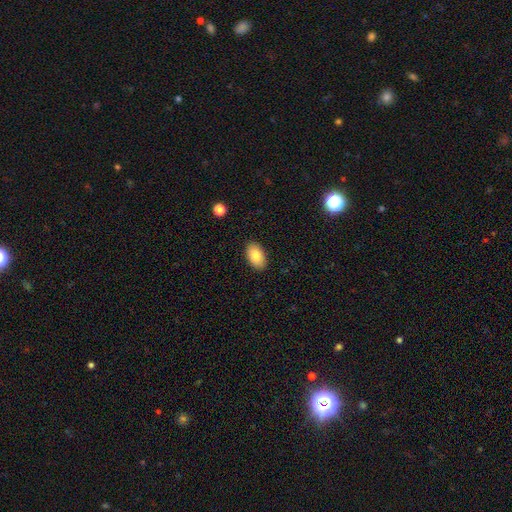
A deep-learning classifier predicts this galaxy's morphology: A smooth galaxy with no disk features (84%) that is in between round and cigar-shaped (94%). Merging: none (89%).